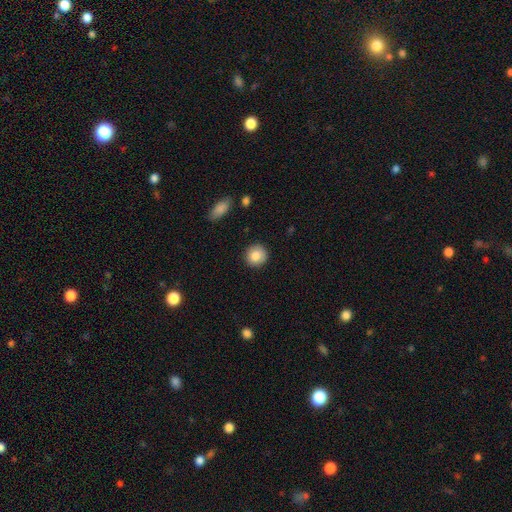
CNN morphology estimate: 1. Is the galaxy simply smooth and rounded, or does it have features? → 85% smooth, 8% star or artifact, 8% featured or disk.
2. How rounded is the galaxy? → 93% round, 6% in between, 1% cigar-shaped.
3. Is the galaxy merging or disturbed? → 91% none, 6% minor disturbance, 2% major disturbance, 1% merger.